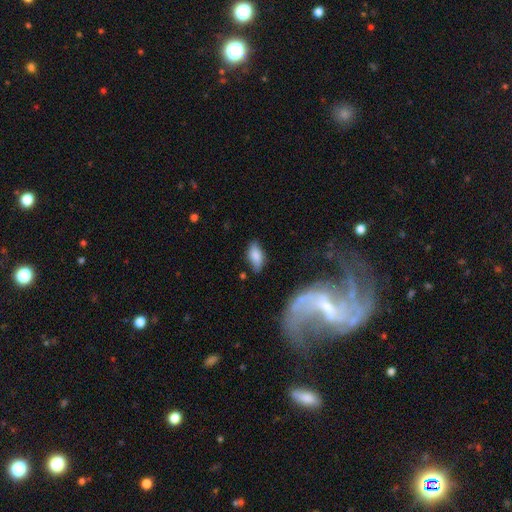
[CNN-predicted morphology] A smooth galaxy with no disk features (78%) that is in between round and cigar-shaped (88%).

Vote fractions:
- Smooth or featured? smooth: 78% / featured or disk: 15% / star or artifact: 8%
- How rounded? in between: 88% / cigar-shaped: 8% / round: 4%
- Merging? none: 69% / minor disturbance: 23% / major disturbance: 5% / merger: 3%